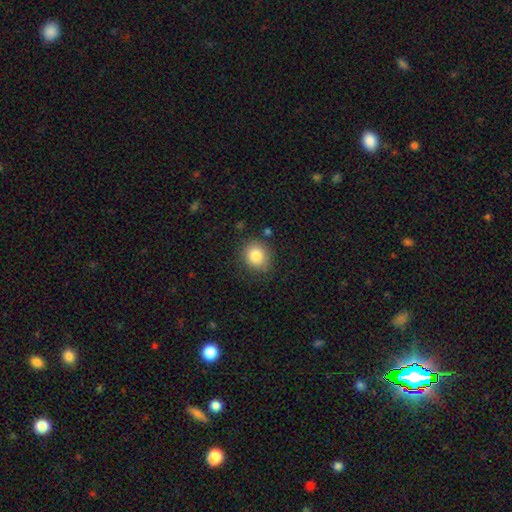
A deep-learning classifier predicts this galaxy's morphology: smooth 84%, star or artifact 9%, featured or disk 7%. Down the decision tree: how rounded — round (77%); merging — none (82%).